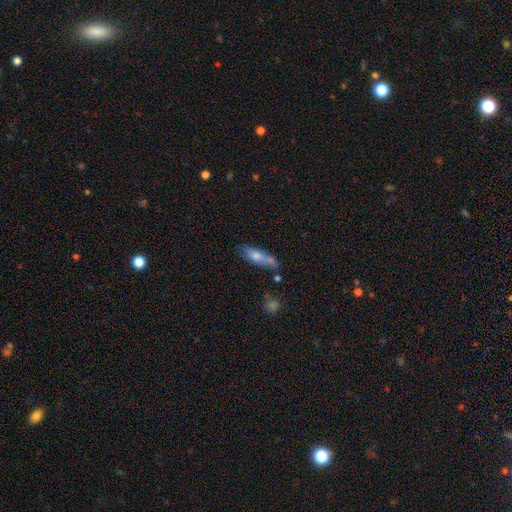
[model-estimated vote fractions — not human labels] Smooth or featured? smooth (47%)
Merging? none (66%)